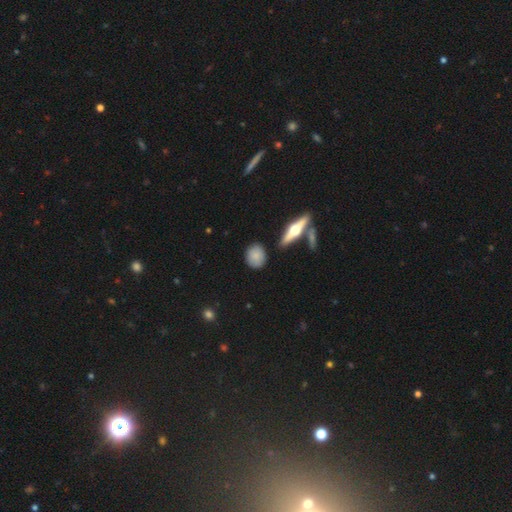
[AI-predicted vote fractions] The model was most divided on "how rounded": round: 69%, in between: 27%, cigar-shaped: 4%. More confident: merging — none (83%); smooth or featured — smooth (77%).